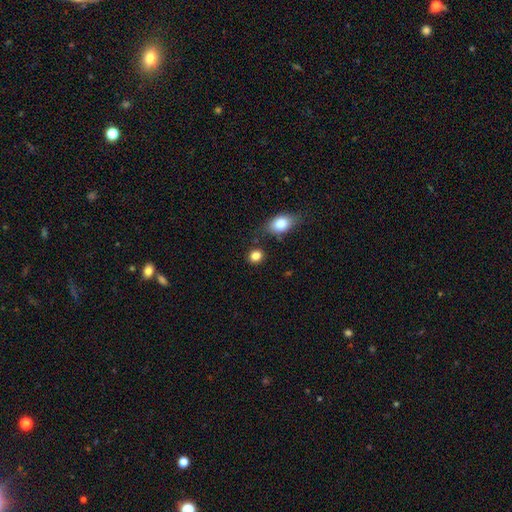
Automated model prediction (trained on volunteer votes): A smooth galaxy with no disk features (85%) that is round (71%).

Vote fractions:
- Smooth or featured? smooth: 85% / star or artifact: 10% / featured or disk: 5%
- How rounded? round: 71% / in between: 28% / cigar-shaped: 1%
- Merging? none: 80% / minor disturbance: 10% / merger: 6% / major disturbance: 3%